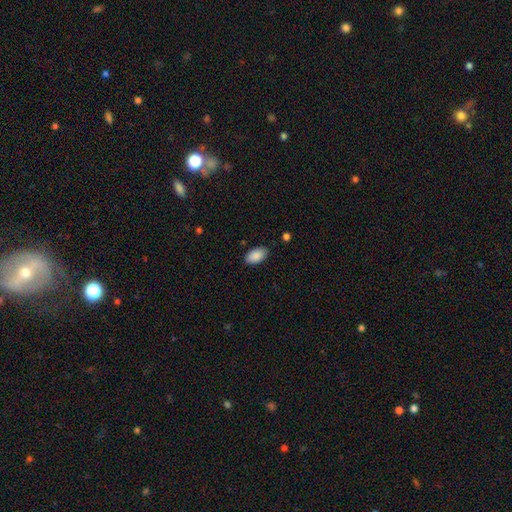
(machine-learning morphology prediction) Smooth or featured? Predicted: smooth (p=0.89). How rounded? Predicted: in between (p=0.95). Merging? Predicted: none (p=0.85).